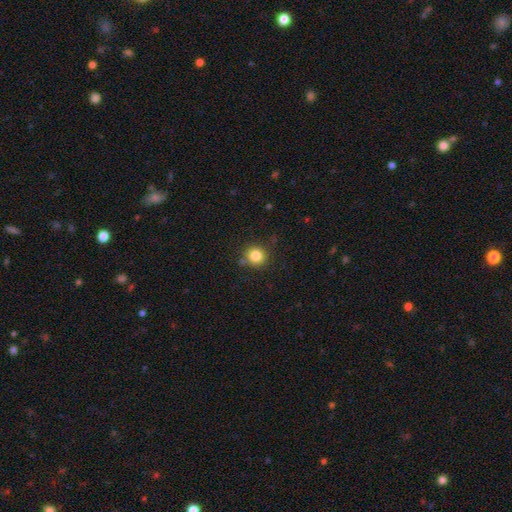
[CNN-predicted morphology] Smooth or featured: smooth — 83% (star or artifact — 11%)
How rounded: round — 93% (in between — 6%)
Merging: none — 84% (minor disturbance — 9%)